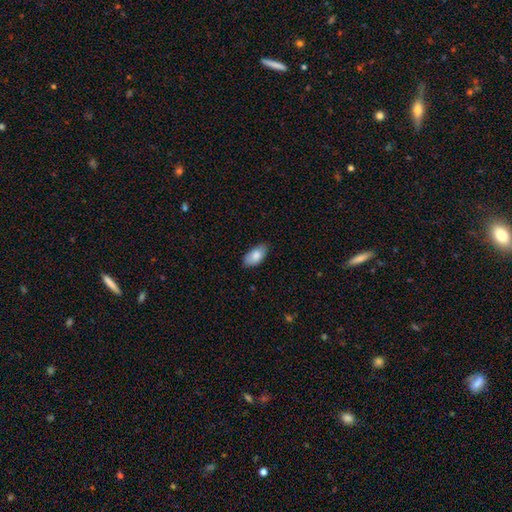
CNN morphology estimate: Q: Smooth or featured?
A: smooth (85%); runner-up: featured or disk (9%)
Q: How rounded?
A: in between (94%); runner-up: cigar-shaped (4%)
Q: Merging?
A: none (82%); runner-up: minor disturbance (15%)